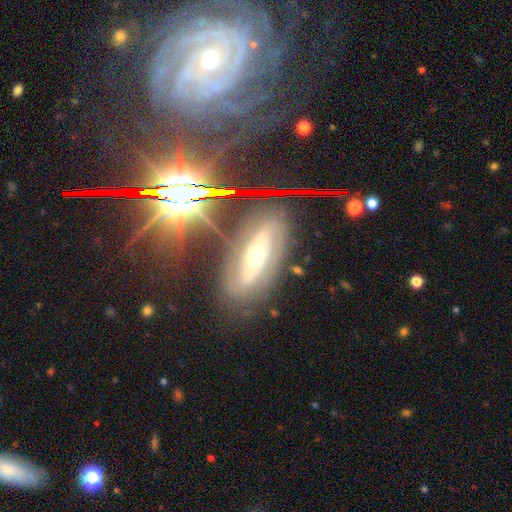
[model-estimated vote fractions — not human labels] A featured or disk galaxy (59%). Merging: none (75%).